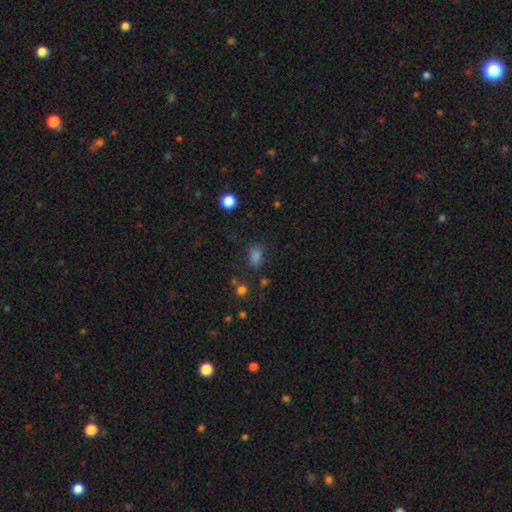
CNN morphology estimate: This is likely a smooth galaxy (74%). How rounded: likely in between (77%). Merging: likely none (71%).